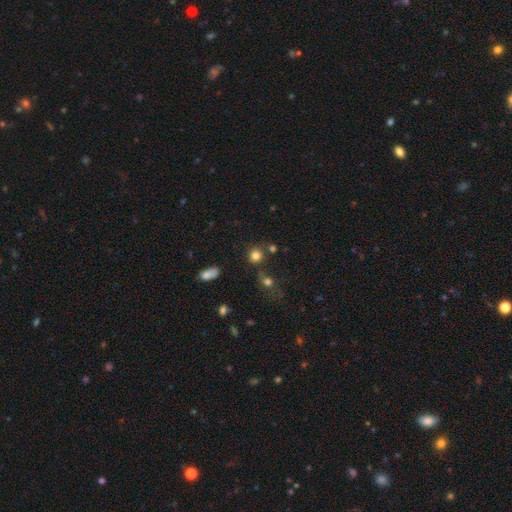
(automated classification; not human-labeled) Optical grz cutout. It shows a smooth galaxy with no disk features (80%) that is round (88%). Merging: none (73%).